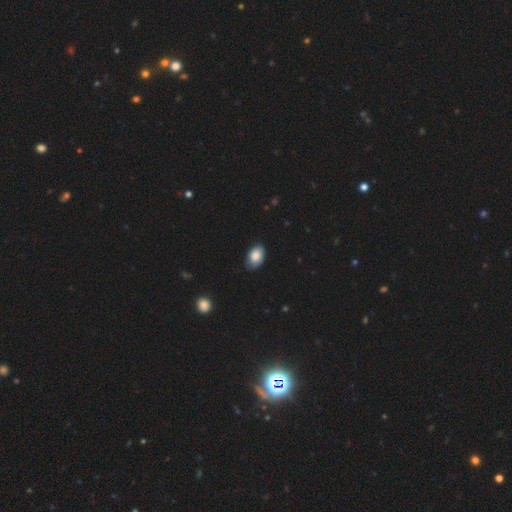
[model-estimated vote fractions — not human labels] Smooth or featured?
  - smooth: 85% *
  - featured or disk: 8%
  - star or artifact: 7%
How rounded?
  - in between: 89% *
  - round: 9%
  - cigar-shaped: 1%
Merging?
  - none: 80% *
  - minor disturbance: 17%
  - major disturbance: 2%
  - merger: 1%